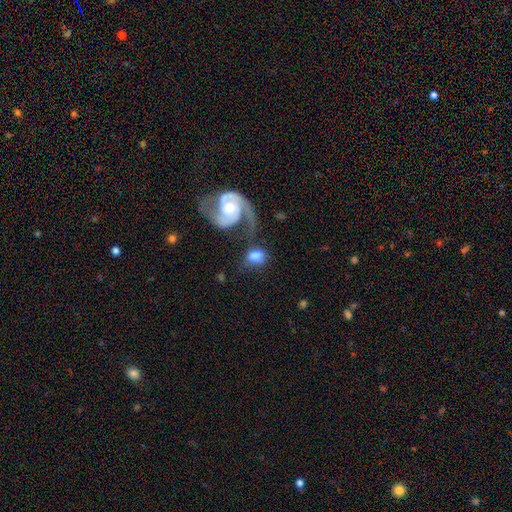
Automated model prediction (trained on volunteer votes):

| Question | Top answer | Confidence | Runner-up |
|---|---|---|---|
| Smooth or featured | smooth | 53% | featured or disk (40%) |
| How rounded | in between | 68% | round (30%) |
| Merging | none | 32% | tied: merger (32%) |